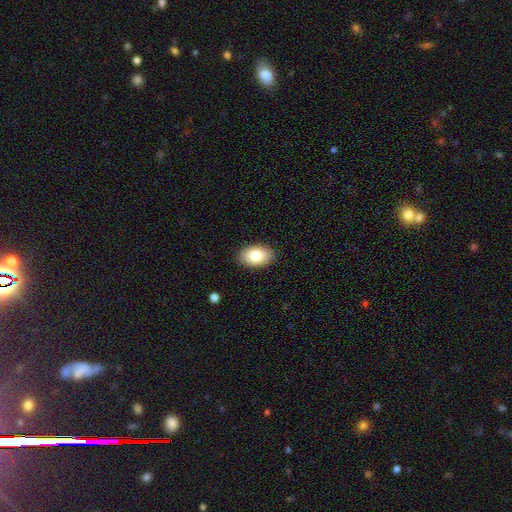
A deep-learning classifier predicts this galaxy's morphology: smooth-or-featured: smooth: 83% | featured or disk: 10% | star or artifact: 7%
  how-rounded: in between: 91% | round: 8% | cigar-shaped: 1%
  merging: none: 89% | minor disturbance: 8% | major disturbance: 2% | merger: 1%